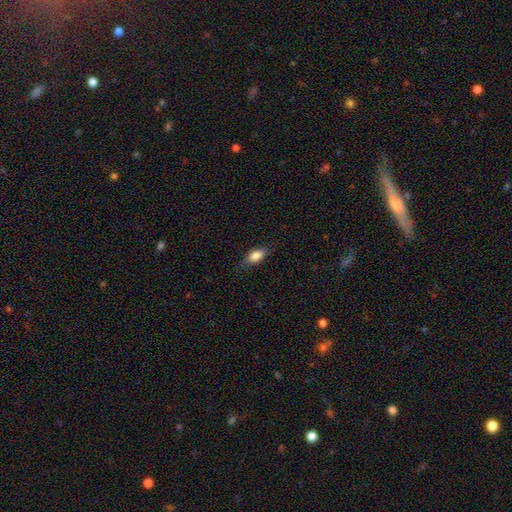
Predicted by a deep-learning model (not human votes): smooth_or_featured: smooth (p=0.83) [alt: featured or disk p=0.10]
how_rounded: in between (p=0.83) [alt: cigar-shaped p=0.12]
merging: none (p=0.77) [alt: minor disturbance p=0.17]